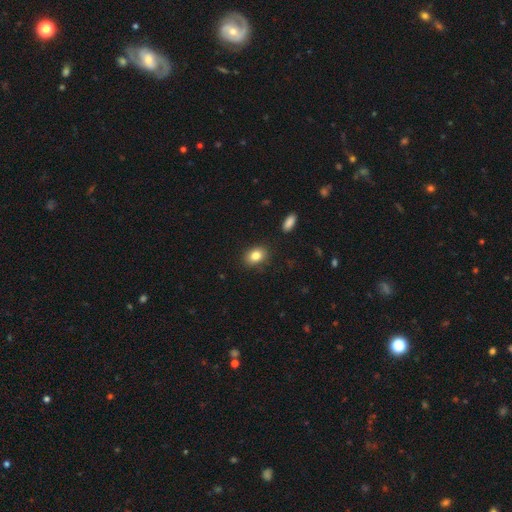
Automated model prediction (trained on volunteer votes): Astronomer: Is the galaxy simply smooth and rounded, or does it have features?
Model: smooth — 83%.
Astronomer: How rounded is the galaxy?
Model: in between — 70%.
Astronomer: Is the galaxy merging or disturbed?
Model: none — 87%.